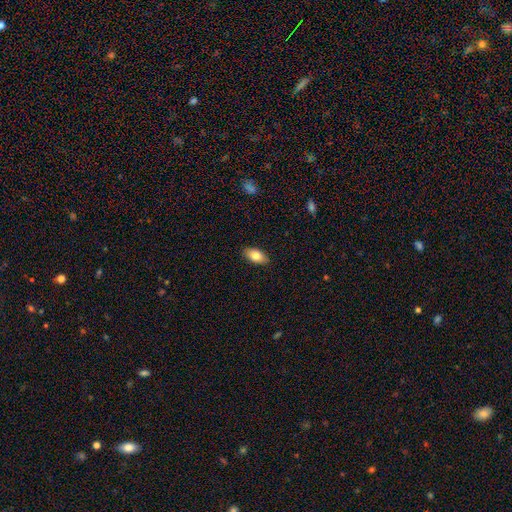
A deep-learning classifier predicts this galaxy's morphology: type=smooth (82%); roundness=in between (92%); merging=none (88%).